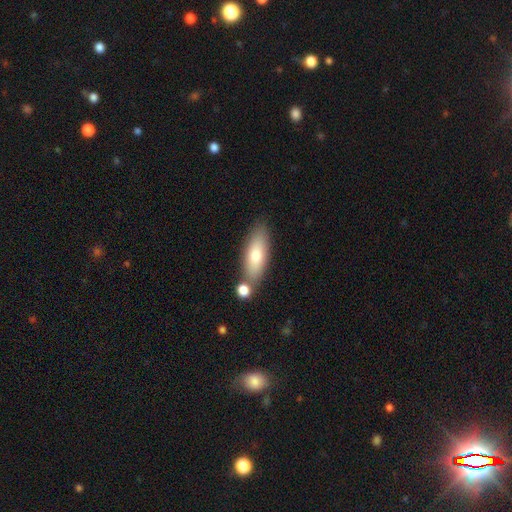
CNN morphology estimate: This is likely a smooth galaxy (71%). How rounded: likely in between (63%). Merging: likely none (73%).